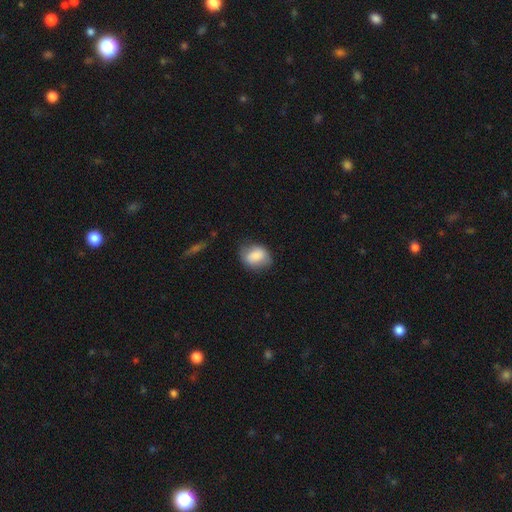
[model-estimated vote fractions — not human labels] Smooth or featured?
  - smooth: 81% *
  - featured or disk: 11%
  - star or artifact: 7%
How rounded?
  - in between: 58% *
  - round: 40%
  - cigar-shaped: 1%
Merging?
  - none: 66% *
  - minor disturbance: 26%
  - major disturbance: 7%
  - merger: 2%